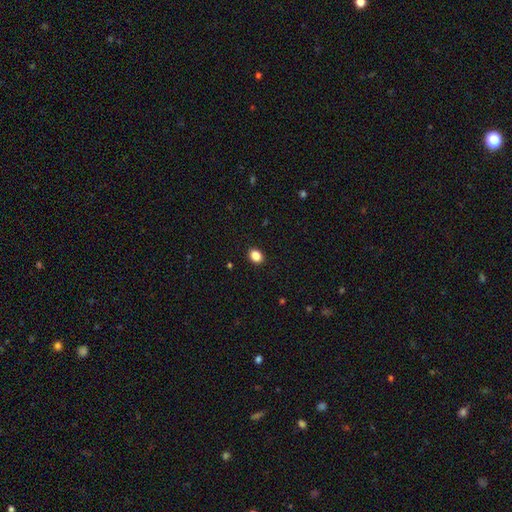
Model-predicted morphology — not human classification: Smooth or featured: smooth — 87% (star or artifact — 10%)
How rounded: in between — 55% (round — 44%)
Merging: none — 91% (minor disturbance — 6%)